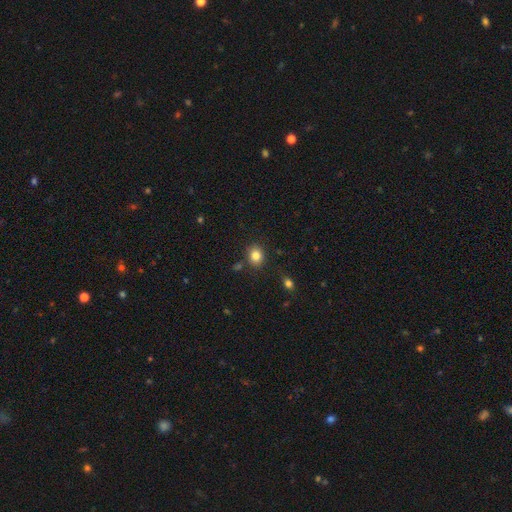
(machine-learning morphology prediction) Smooth or featured: smooth — 83% (star or artifact — 11%)
How rounded: round — 66% (in between — 33%)
Merging: none — 84% (minor disturbance — 10%)